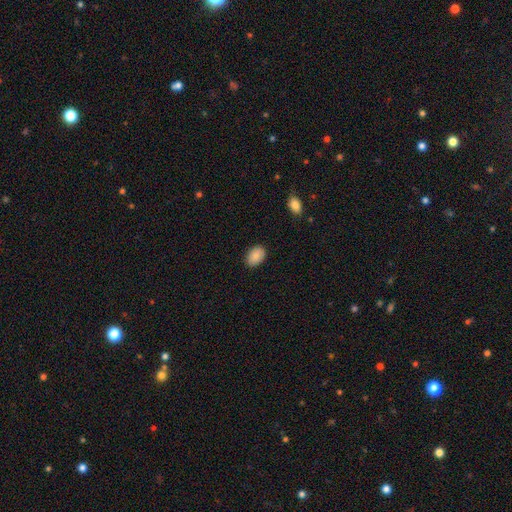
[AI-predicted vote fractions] A smooth galaxy with no disk features (89%) that is in between round and cigar-shaped (86%). Merging: none (88%).